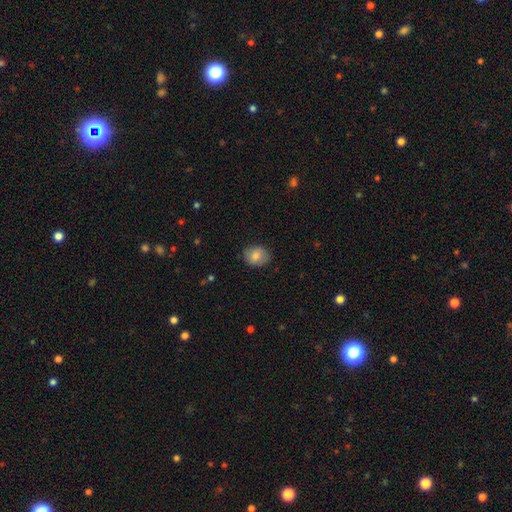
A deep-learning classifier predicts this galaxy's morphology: Q: Smooth or featured?
A: smooth (81%); runner-up: featured or disk (12%)
Q: How rounded?
A: round (52%); runner-up: in between (47%)
Q: Merging?
A: none (82%); runner-up: minor disturbance (14%)